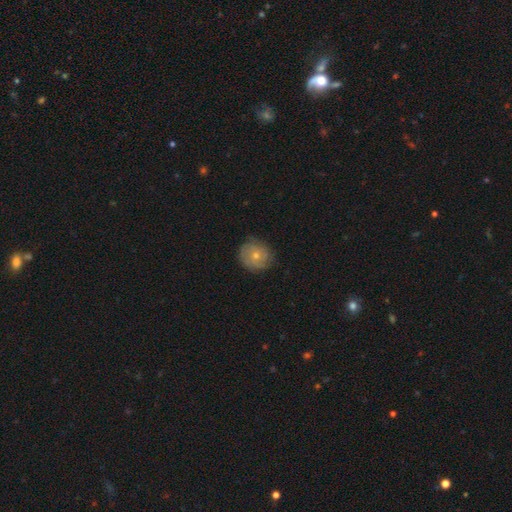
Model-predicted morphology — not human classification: smooth_or_featured: smooth (p=0.54) [alt: featured or disk p=0.37]
how_rounded: round (p=0.88) [alt: in between p=0.11]
merging: none (p=0.79) [alt: minor disturbance p=0.16]